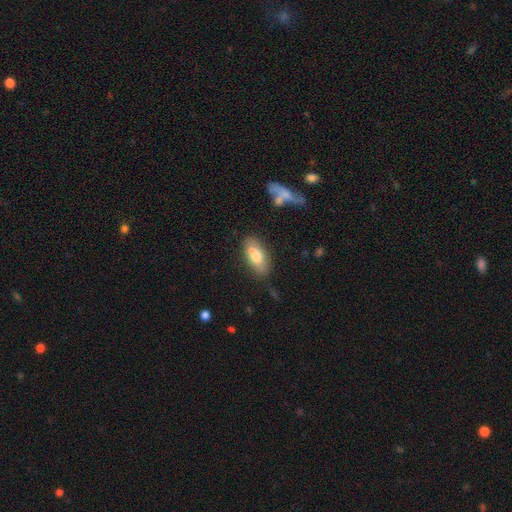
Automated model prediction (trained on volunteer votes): smooth_or_featured: smooth (p=0.71) [alt: featured or disk p=0.22]
how_rounded: in between (p=0.87) [alt: cigar-shaped p=0.09]
merging: none (p=0.70) [alt: minor disturbance p=0.17]